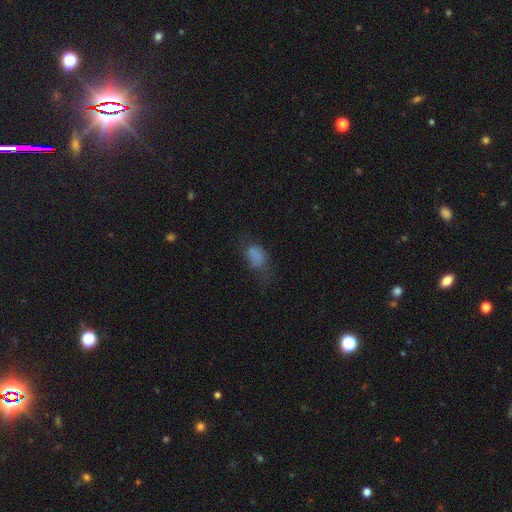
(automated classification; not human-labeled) Morphology: type=smooth (72%); roundness=in between (86%); merging=none (39%).